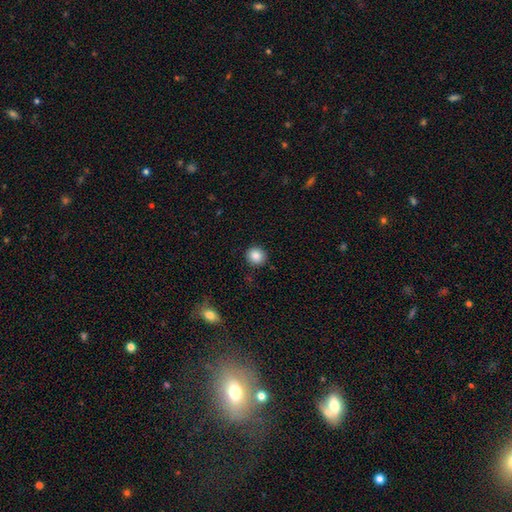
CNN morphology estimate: smooth 87%, star or artifact 9%, featured or disk 4%. Down the decision tree: how rounded — round (88%); merging — none (90%).